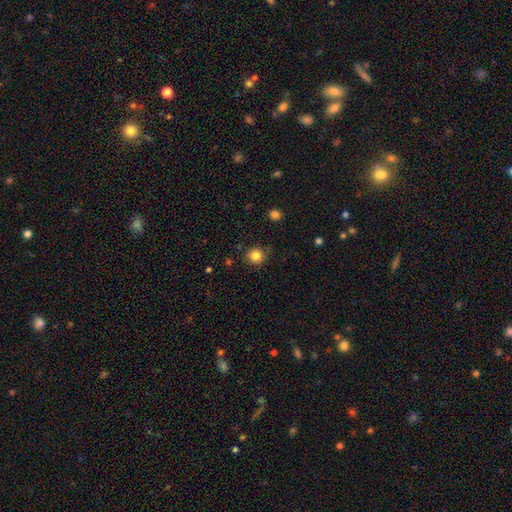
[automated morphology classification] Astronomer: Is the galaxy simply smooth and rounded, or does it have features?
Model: smooth — 84%.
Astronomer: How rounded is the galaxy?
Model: round — 92%.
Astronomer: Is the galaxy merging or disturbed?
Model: none — 84%.